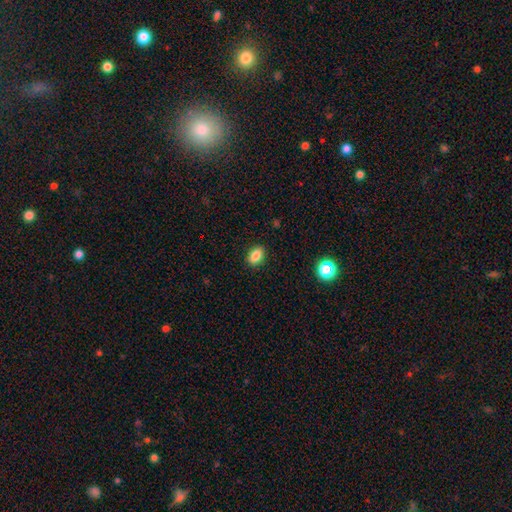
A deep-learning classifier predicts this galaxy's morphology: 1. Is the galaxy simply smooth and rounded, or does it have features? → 85% smooth, 9% star or artifact, 5% featured or disk.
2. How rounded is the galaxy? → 85% in between, 13% round, 2% cigar-shaped.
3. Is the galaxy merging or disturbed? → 89% none, 8% minor disturbance, 2% major disturbance, 1% merger.